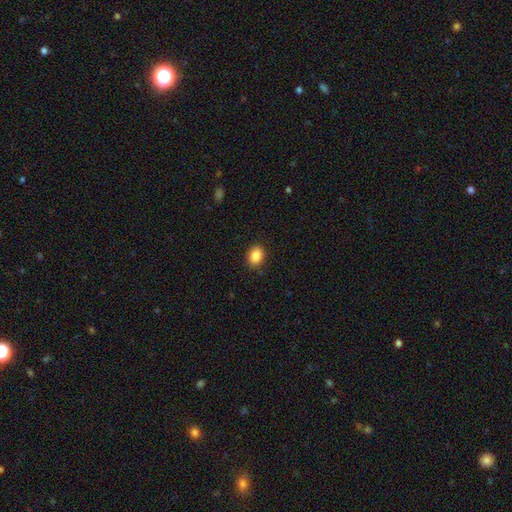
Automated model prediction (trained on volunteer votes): A smooth galaxy with no disk features (88%) that is in between round and cigar-shaped (68%). Merging: none (88%).